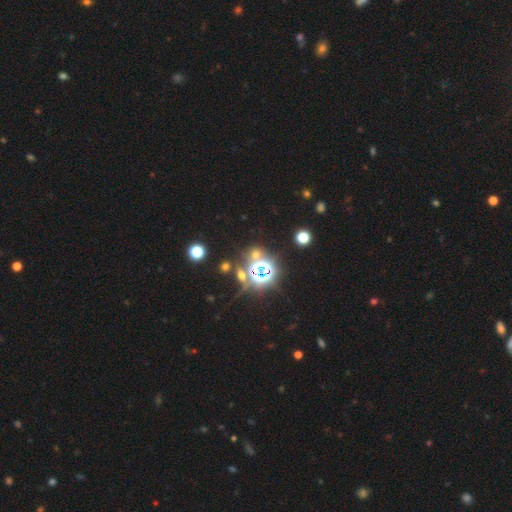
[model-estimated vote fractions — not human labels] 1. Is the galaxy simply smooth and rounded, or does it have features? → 65% star or artifact, 26% smooth, 9% featured or disk.